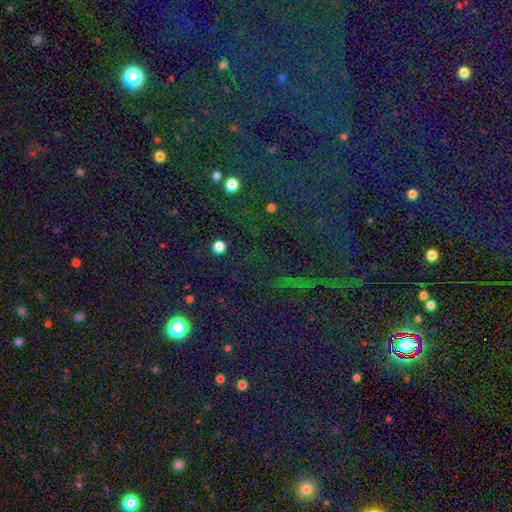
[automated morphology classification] smooth-or-featured: star or artifact: 80% | smooth: 13% | featured or disk: 7%